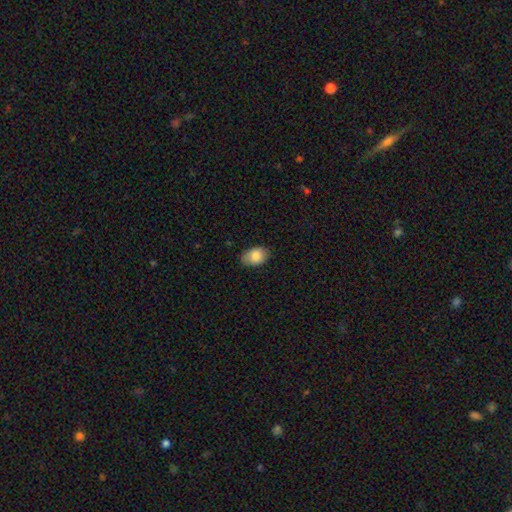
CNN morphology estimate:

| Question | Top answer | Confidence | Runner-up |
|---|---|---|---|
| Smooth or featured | smooth | 85% | featured or disk (8%) |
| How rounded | in between | 86% | round (13%) |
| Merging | none | 82% | minor disturbance (15%) |